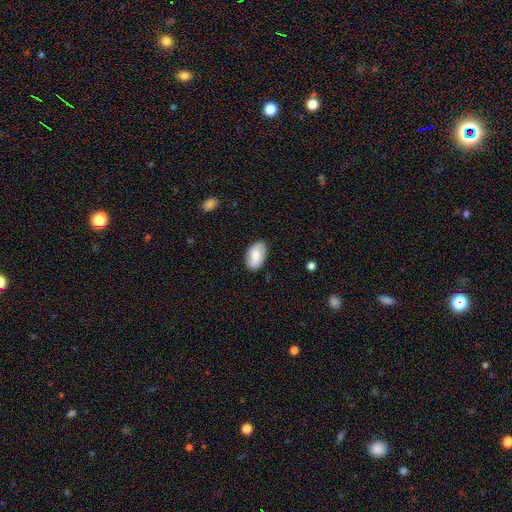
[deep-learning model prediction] A smooth galaxy with no disk features (76%) that is in between round and cigar-shaped (94%).

Vote fractions:
- Smooth or featured? smooth: 76% / featured or disk: 17% / star or artifact: 7%
- How rounded? in between: 94% / round: 5% / cigar-shaped: 2%
- Merging? none: 84% / minor disturbance: 12% / major disturbance: 2% / merger: 1%